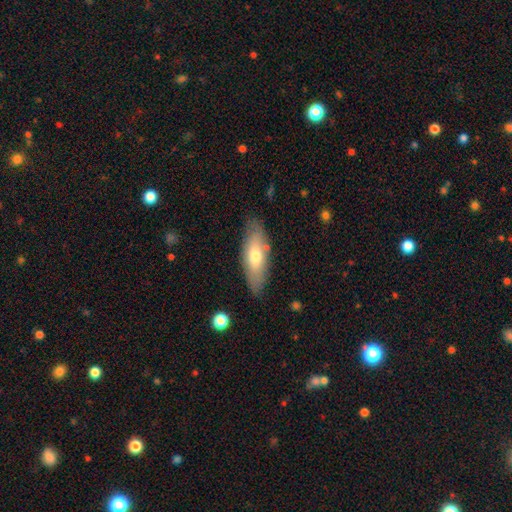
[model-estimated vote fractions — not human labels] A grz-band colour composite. It shows a smooth galaxy with no disk features (64%) that is in between round and cigar-shaped (62%). Merging: none (80%).